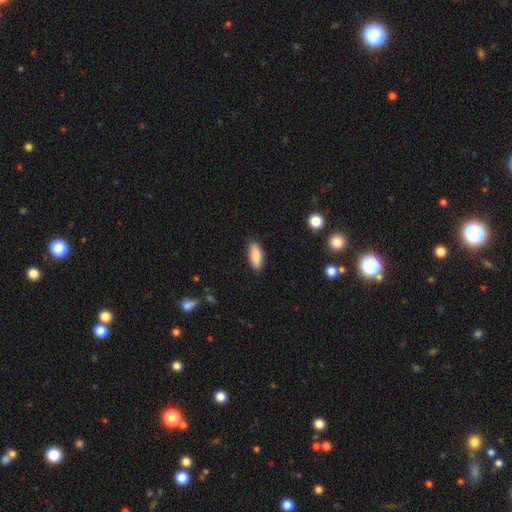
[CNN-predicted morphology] Smooth or featured?
  - smooth: 88% *
  - star or artifact: 6%
  - featured or disk: 6%
How rounded?
  - in between: 75% *
  - cigar-shaped: 23%
  - round: 2%
Merging?
  - none: 88% *
  - minor disturbance: 9%
  - major disturbance: 2%
  - merger: 1%